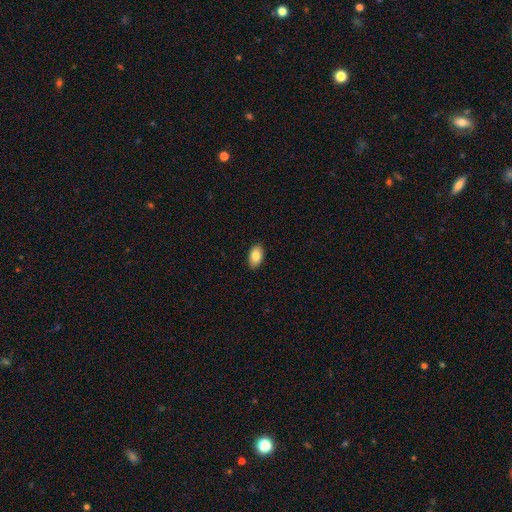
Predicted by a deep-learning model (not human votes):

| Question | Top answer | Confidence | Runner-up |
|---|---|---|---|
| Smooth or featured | smooth | 85% | featured or disk (8%) |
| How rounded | in between | 94% | round (5%) |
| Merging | none | 89% | minor disturbance (8%) |